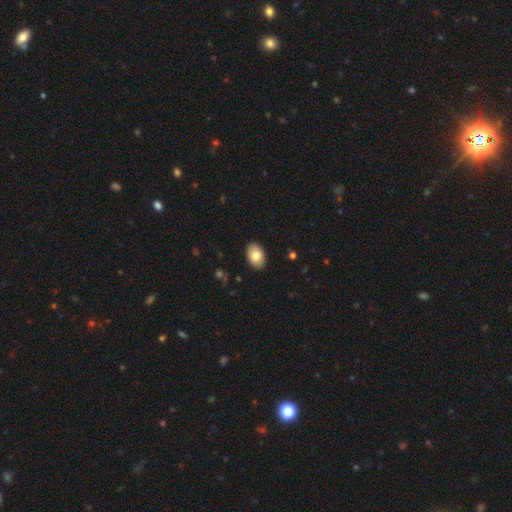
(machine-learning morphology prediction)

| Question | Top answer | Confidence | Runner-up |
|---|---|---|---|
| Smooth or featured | smooth | 81% | featured or disk (12%) |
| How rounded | in between | 87% | round (12%) |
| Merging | none | 90% | minor disturbance (7%) |